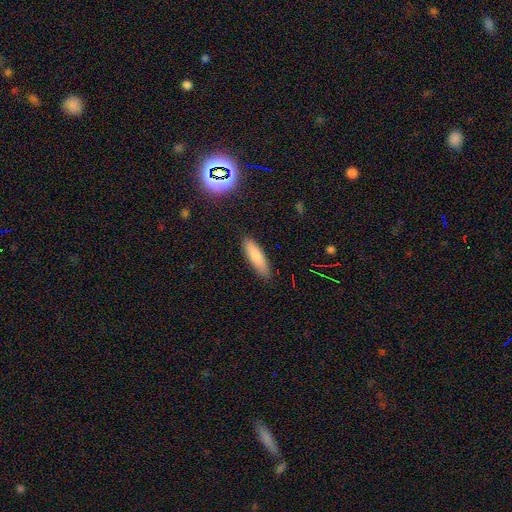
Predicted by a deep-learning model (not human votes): smooth_or_featured: smooth (p=0.83) [alt: featured or disk p=0.10]
how_rounded: cigar-shaped (p=0.58) [alt: in between p=0.40]
merging: none (p=0.87) [alt: minor disturbance p=0.10]